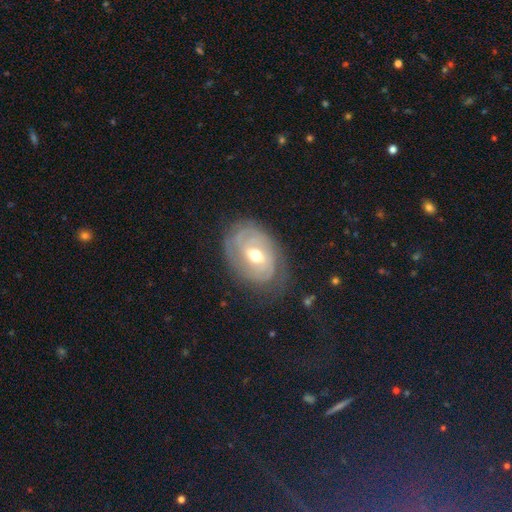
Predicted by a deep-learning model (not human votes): smooth-or-featured: featured or disk: 80% | smooth: 14% | star or artifact: 6%
  disk-edge-on: no: 96% | yes: 4%
    bar: weak: 45% | no: 39% | strong: 16%
    has-spiral-arms: yes: 88% | no: 12%
      spiral-winding: tight: 68% | medium: 24% | loose: 8%
      spiral-arm-count: 2: 38% | can't tell: 34% | 3: 14% | 1: 6% | 4: 4% | more than 4: 4%
    bulge-size: moderate: 73% | small: 20% | large: 5% | dominant: 1% | none: 1%
  merging: none: 72% | minor disturbance: 19% | major disturbance: 8% | merger: 1%